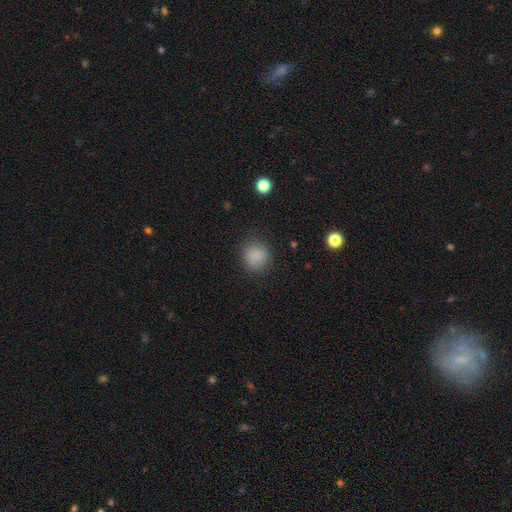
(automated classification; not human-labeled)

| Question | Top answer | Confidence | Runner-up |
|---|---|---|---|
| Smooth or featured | smooth | 84% | star or artifact (12%) |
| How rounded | round | 85% | in between (14%) |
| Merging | none | 83% | minor disturbance (11%) |